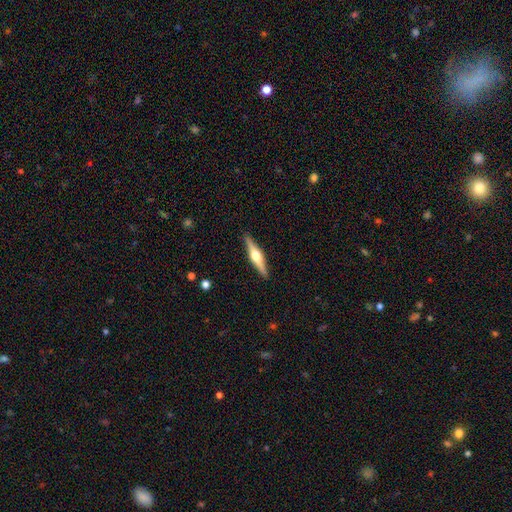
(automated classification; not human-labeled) Smooth or featured?
  - featured or disk: 73% *
  - smooth: 22%
  - star or artifact: 5%
Edge-on disk?
  - yes: 98% *
  - no: 2%
Edge-on bulge?
  - rounded: 94% *
  - boxy: 4%
  - none: 2%
Merging?
  - none: 91% *
  - minor disturbance: 6%
  - major disturbance: 1%
  - merger: 1%